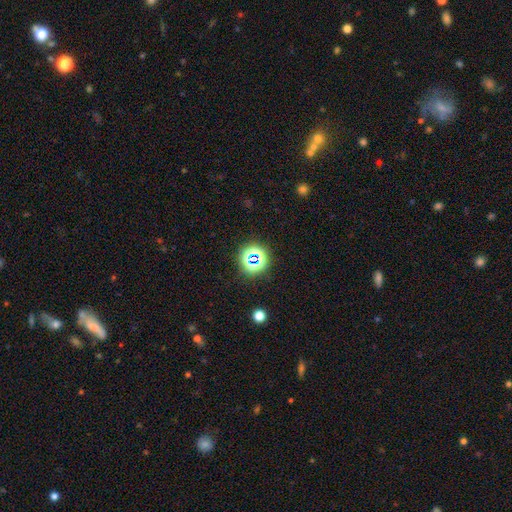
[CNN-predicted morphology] Smooth or featured? Predicted: star or artifact (p=0.66).